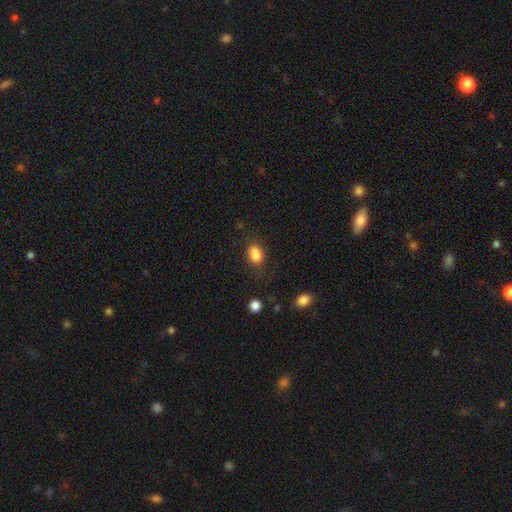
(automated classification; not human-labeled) A smooth galaxy with no disk features (83%) that is in between round and cigar-shaped (73%). Merging: none (60%).